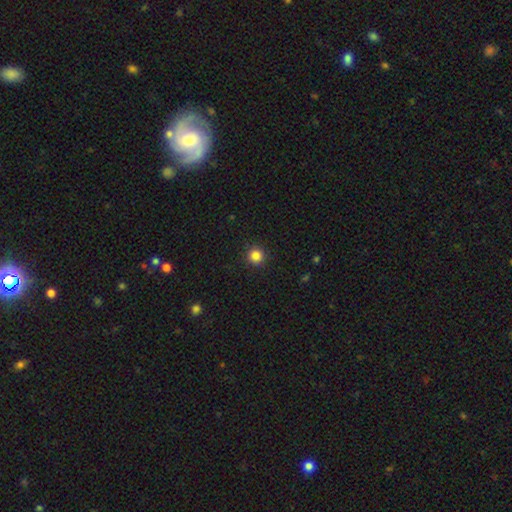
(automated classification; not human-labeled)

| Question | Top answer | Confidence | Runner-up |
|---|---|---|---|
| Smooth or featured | smooth | 84% | star or artifact (12%) |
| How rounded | round | 95% | in between (4%) |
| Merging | none | 92% | minor disturbance (5%) |